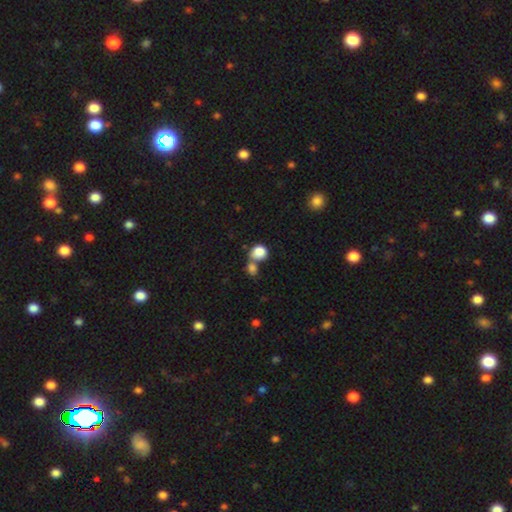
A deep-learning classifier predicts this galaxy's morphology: This appears to be a smooth galaxy with no disk features (53%) that is round (77%). Merging: none (66%).